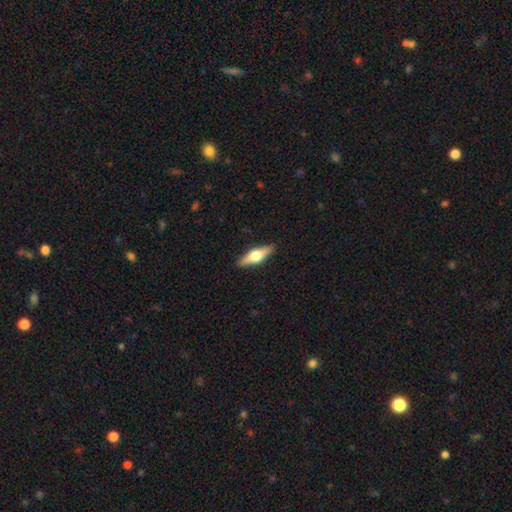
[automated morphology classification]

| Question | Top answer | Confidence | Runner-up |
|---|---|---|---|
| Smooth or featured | featured or disk | 57% | smooth (38%) |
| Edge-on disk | yes | 95% | no (5%) |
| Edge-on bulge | rounded | 95% | boxy (4%) |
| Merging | none | 90% | minor disturbance (7%) |